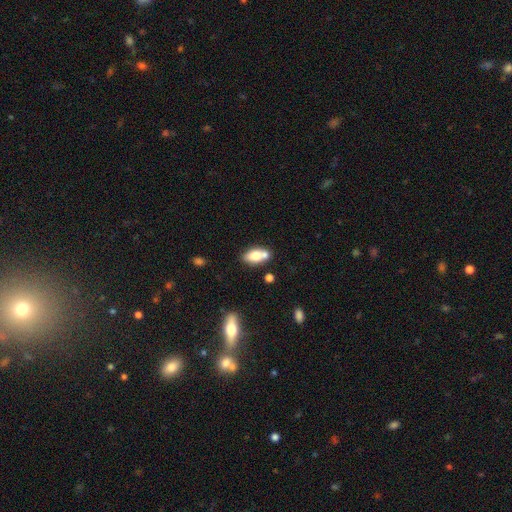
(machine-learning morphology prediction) Smooth or featured?
  - smooth: 75% *
  - featured or disk: 17%
  - star or artifact: 8%
How rounded?
  - in between: 87% *
  - cigar-shaped: 7%
  - round: 6%
Merging?
  - none: 49% *
  - merger: 31%
  - minor disturbance: 14%
  - major disturbance: 5%